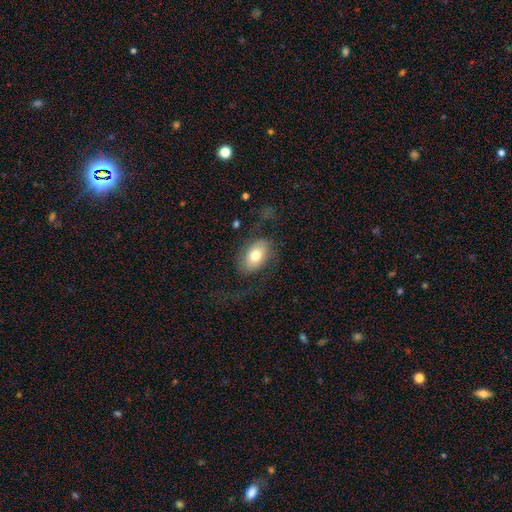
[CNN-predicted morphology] smooth-or-featured: smooth: 65% | featured or disk: 28% | star or artifact: 7%
  how-rounded: in between: 89% | round: 10% | cigar-shaped: 2%
  merging: none: 62% | major disturbance: 21% | minor disturbance: 15% | merger: 2%